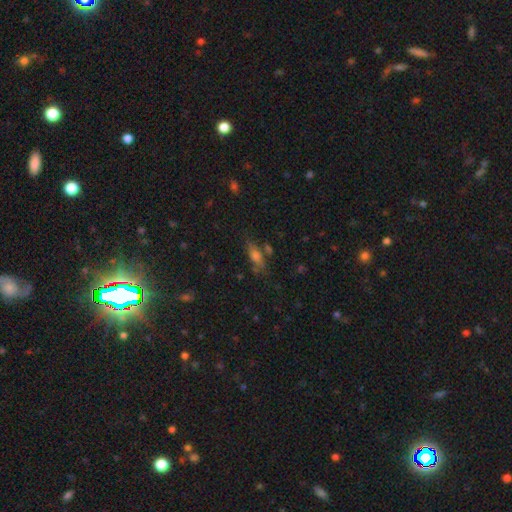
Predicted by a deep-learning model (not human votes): Morphology: type=smooth (61%); roundness=in between (54%); merging=none (68%).